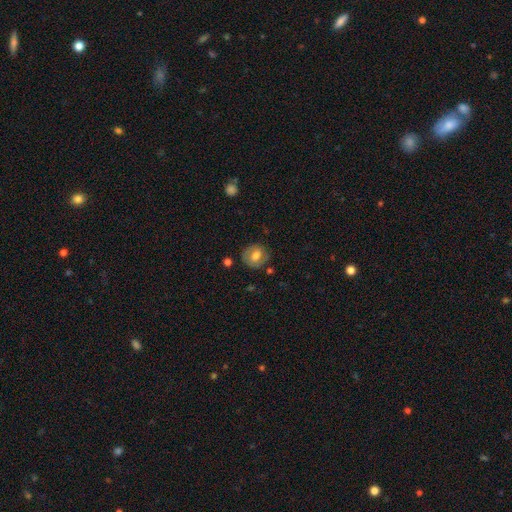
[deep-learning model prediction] smooth-or-featured: smooth: 59% | featured or disk: 33% | star or artifact: 8%
  how-rounded: round: 78% | in between: 21% | cigar-shaped: 1%
  merging: none: 79% | minor disturbance: 15% | major disturbance: 4% | merger: 2%